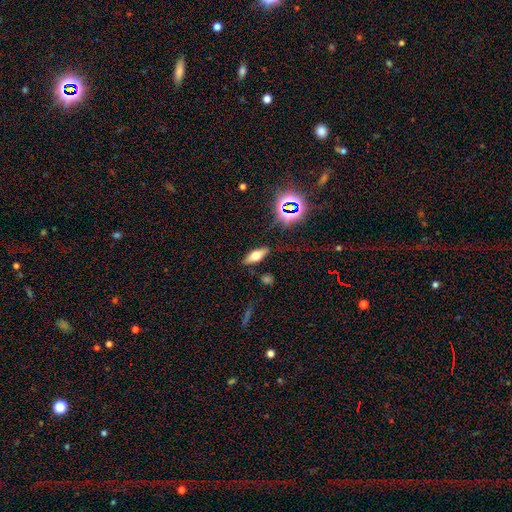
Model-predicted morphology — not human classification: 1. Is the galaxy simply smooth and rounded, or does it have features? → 47% smooth, 38% featured or disk, 15% star or artifact.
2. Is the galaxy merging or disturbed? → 86% none, 10% minor disturbance, 3% major disturbance, 2% merger.